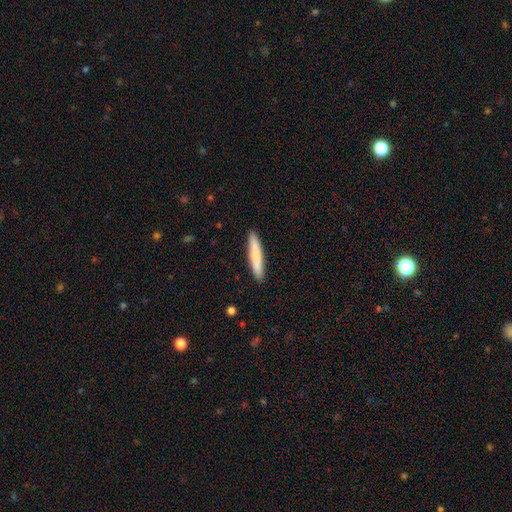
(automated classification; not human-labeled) smooth 75%, featured or disk 20%, star or artifact 5%. Down the decision tree: how rounded — cigar-shaped (94%); merging — none (91%).